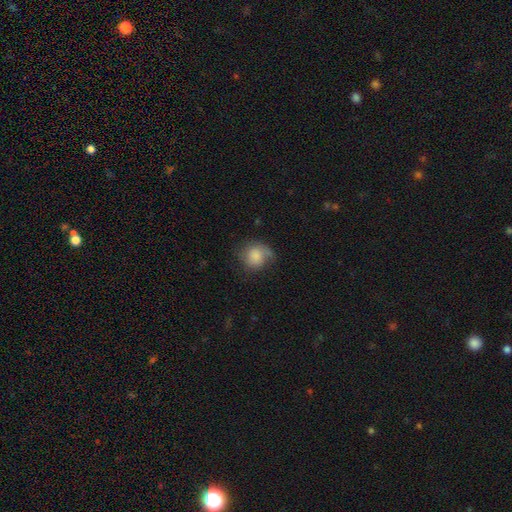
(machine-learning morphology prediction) smooth_or_featured: smooth (p=0.77) [alt: featured or disk p=0.15]
how_rounded: round (p=0.80) [alt: in between p=0.19]
merging: none (p=0.55) [alt: minor disturbance p=0.30]